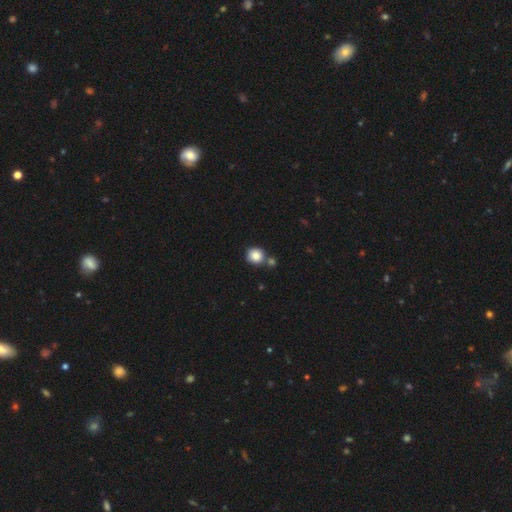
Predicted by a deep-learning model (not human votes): This is clearly a smooth galaxy (86%). How rounded: clearly round (90%). Merging: likely none (65%).